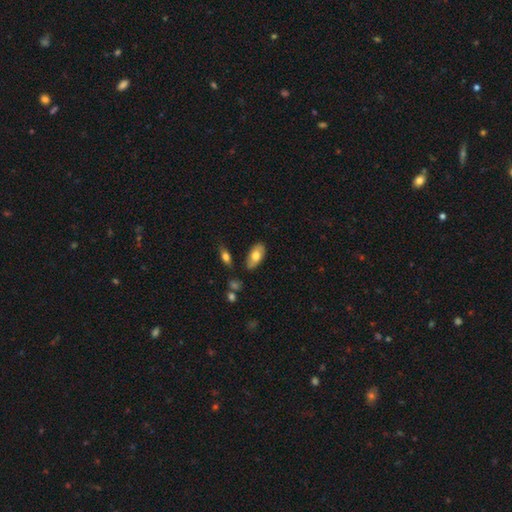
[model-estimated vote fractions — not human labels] smooth_or_featured: smooth (p=0.69) [alt: featured or disk p=0.25]
how_rounded: in between (p=0.92) [alt: cigar-shaped p=0.05]
merging: none (p=0.78) [alt: minor disturbance p=0.15]